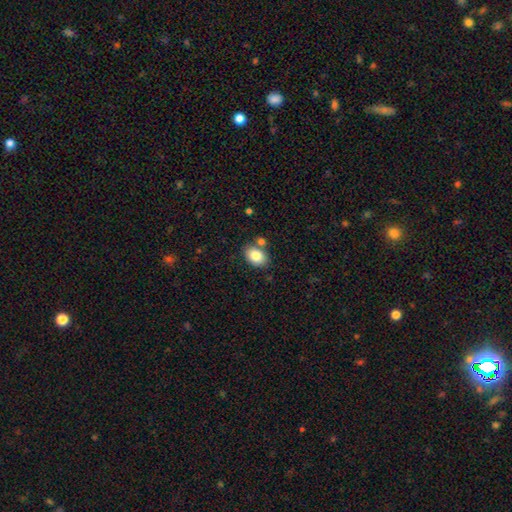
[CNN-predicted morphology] Smooth or featured: smooth — 84% (featured or disk — 8%)
How rounded: in between — 79% (round — 20%)
Merging: none — 72% (merger — 13%)